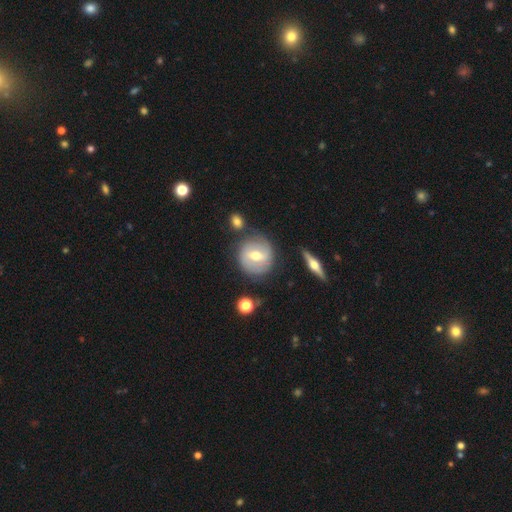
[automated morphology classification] type=featured or disk (67%); edge-on=no (93%); bar=weak (50%); spiral arms=yes (76%); bulge=moderate (72%); merging=none (76%).